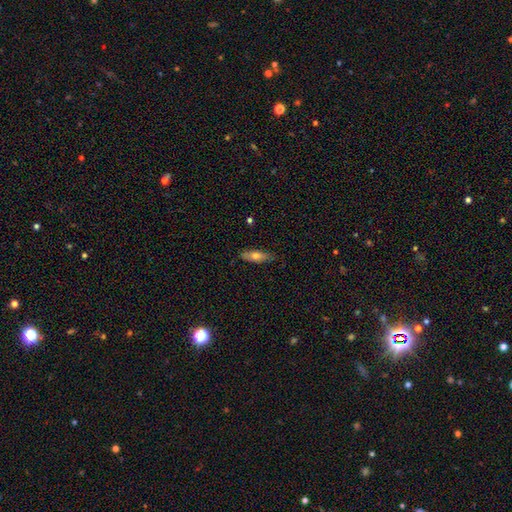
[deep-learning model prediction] smooth_or_featured: smooth (p=0.66) [alt: featured or disk p=0.27]
how_rounded: in between (p=0.54) [alt: cigar-shaped p=0.43]
merging: none (p=0.82) [alt: minor disturbance p=0.14]